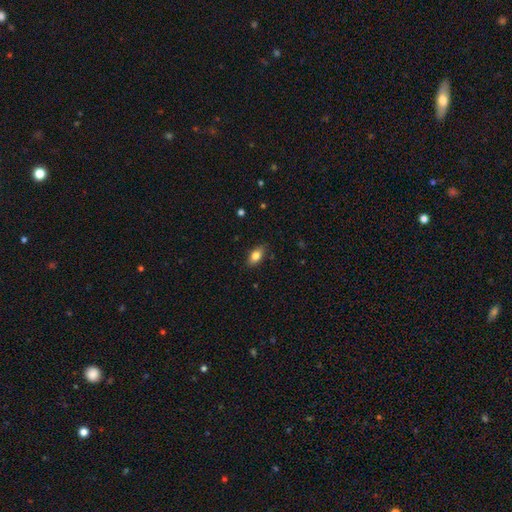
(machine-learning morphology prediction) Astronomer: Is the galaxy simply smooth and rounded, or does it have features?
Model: smooth — 81%.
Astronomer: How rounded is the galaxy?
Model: in between — 88%.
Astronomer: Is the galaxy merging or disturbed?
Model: none — 85%.